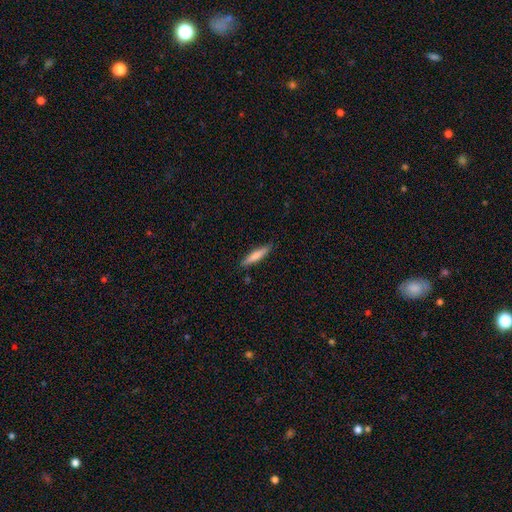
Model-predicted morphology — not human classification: The model was most divided on "smooth or featured": smooth: 76%, featured or disk: 18%, star or artifact: 6%. More confident: merging — none (88%); how rounded — cigar-shaped (88%).